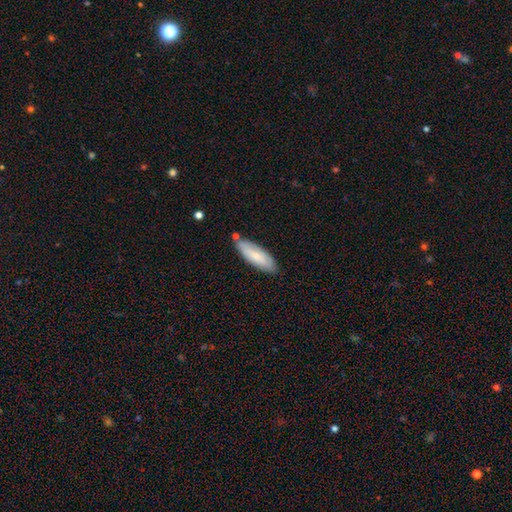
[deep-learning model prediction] Smooth or featured? Predicted: smooth (p=0.74). How rounded? Predicted: in between (p=0.59). Merging? Predicted: none (p=0.78).